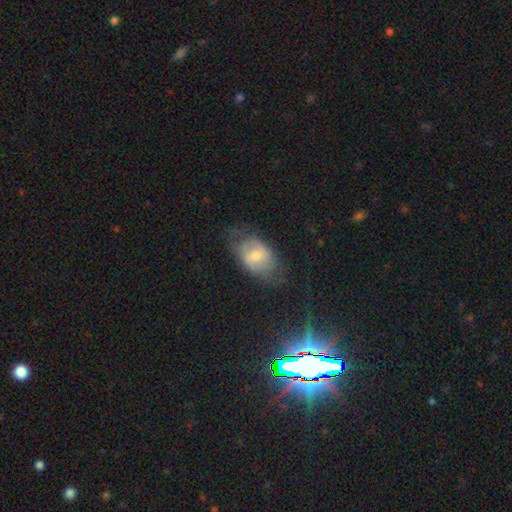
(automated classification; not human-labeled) Q: Smooth or featured?
A: featured or disk (45%); runner-up: smooth (43%)
Q: Merging?
A: none (63%); runner-up: minor disturbance (24%)